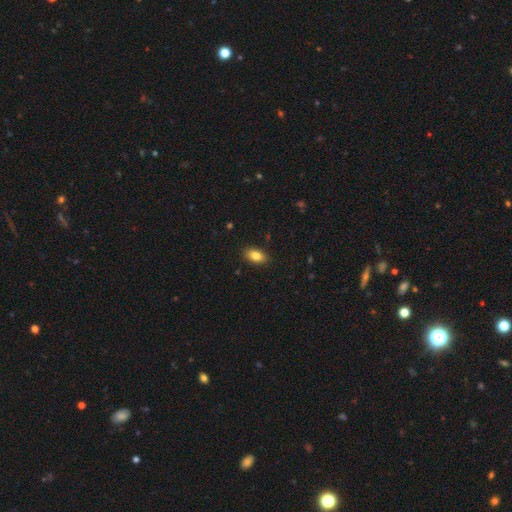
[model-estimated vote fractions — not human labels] This appears to be a smooth galaxy with no disk features (84%) that is in between round and cigar-shaped (90%). Merging: none (88%).